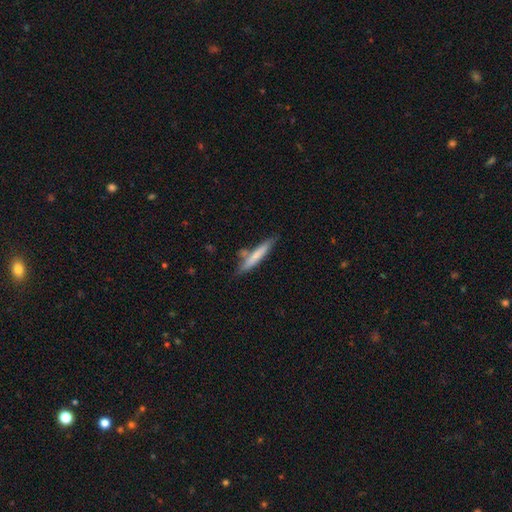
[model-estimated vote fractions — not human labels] The model was most divided on "smooth or featured": smooth: 69%, featured or disk: 25%, star or artifact: 6%. More confident: how rounded — cigar-shaped (92%); merging — none (73%).